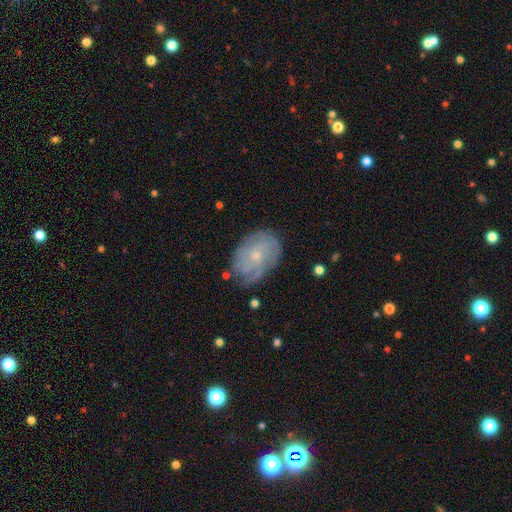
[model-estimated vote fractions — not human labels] smooth_or_featured: featured or disk (p=0.63) [alt: smooth p=0.29]
disk_edge_on: no (p=0.96) [alt: yes p=0.04]
bar: no (p=0.82) [alt: weak p=0.16]
has_spiral_arms: yes (p=0.81) [alt: no p=0.19]
bulge_size: small (p=0.71) [alt: moderate p=0.25]
merging: none (p=0.68) [alt: minor disturbance p=0.22]